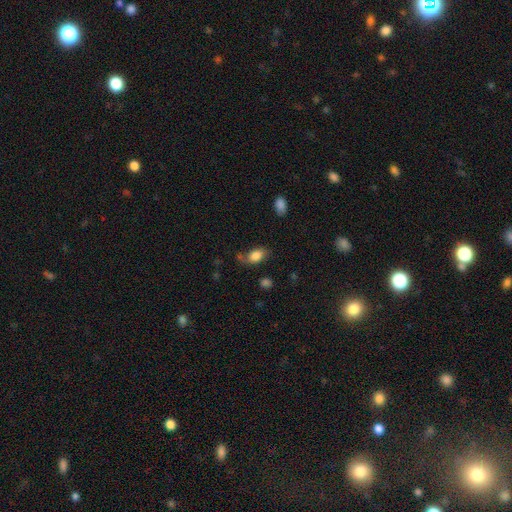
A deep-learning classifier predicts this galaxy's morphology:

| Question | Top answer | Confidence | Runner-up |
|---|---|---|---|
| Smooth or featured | smooth | 83% | featured or disk (9%) |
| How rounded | in between | 87% | round (11%) |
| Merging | none | 61% | minor disturbance (23%) |